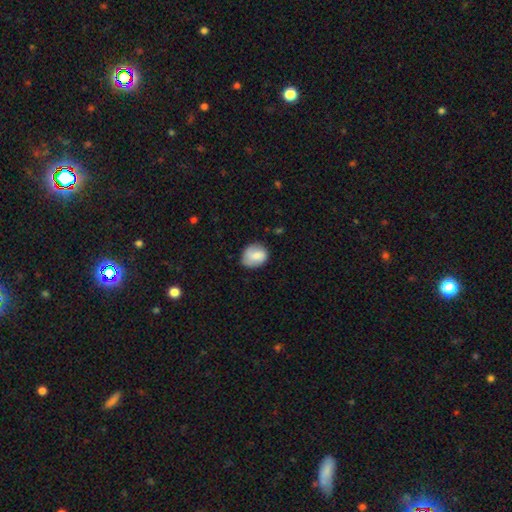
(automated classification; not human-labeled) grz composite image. It shows a smooth galaxy with no disk features (77%) that is round (59%). Merging: none (66%).